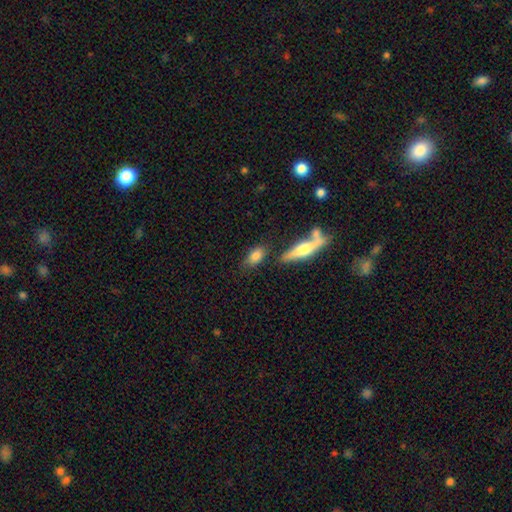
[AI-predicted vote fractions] smooth 78%, featured or disk 14%, star or artifact 7%. Down the decision tree: how rounded — in between (81%); merging — none (67%).